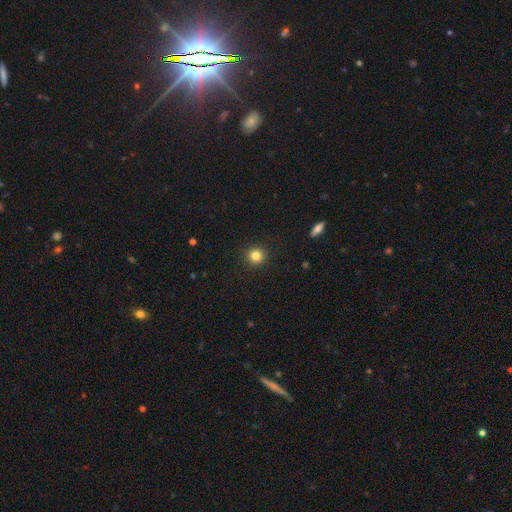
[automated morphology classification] smooth_or_featured: smooth (p=0.83) [alt: star or artifact p=0.12]
how_rounded: round (p=0.93) [alt: in between p=0.06]
merging: none (p=0.92) [alt: minor disturbance p=0.05]